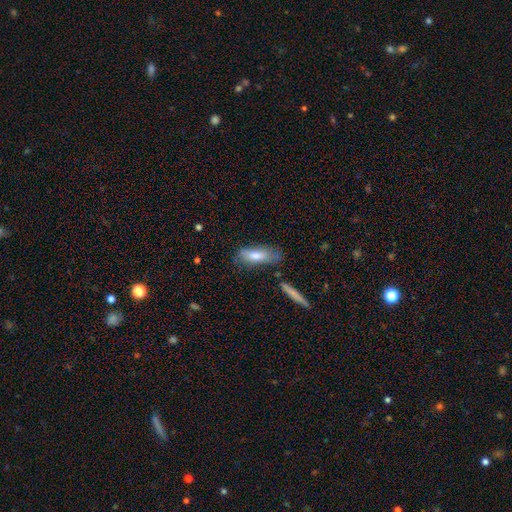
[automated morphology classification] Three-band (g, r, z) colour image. It shows a smooth galaxy with no disk features (68%) that is in between round and cigar-shaped (61%). Merging: none (63%).